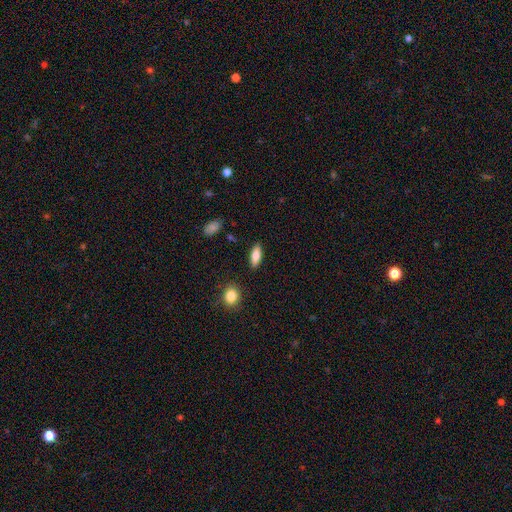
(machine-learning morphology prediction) A smooth galaxy with no disk features (79%) that is in between round and cigar-shaped (74%).

Vote fractions:
- Smooth or featured? smooth: 79% / featured or disk: 14% / star or artifact: 7%
- How rounded? in between: 74% / cigar-shaped: 24% / round: 2%
- Merging? none: 88% / minor disturbance: 9% / major disturbance: 2% / merger: 2%